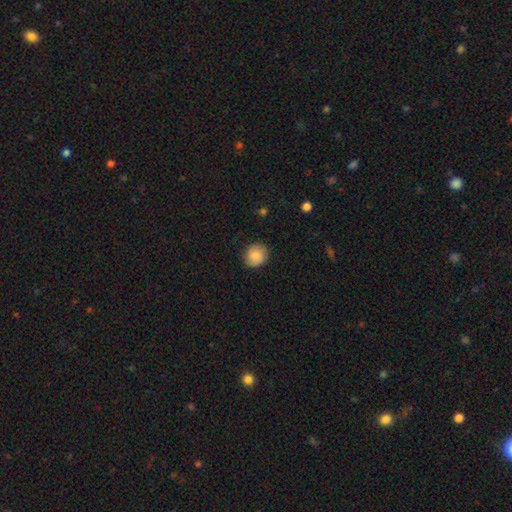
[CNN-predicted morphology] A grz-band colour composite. It shows a smooth galaxy with no disk features (79%) that is round (82%). Merging: none (84%).